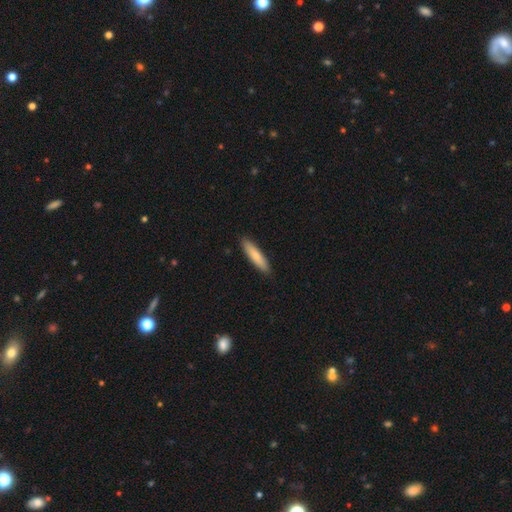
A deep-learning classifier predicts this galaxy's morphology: A smooth galaxy with no disk features (79%) that is cigar-shaped (82%). Merging: none (90%).